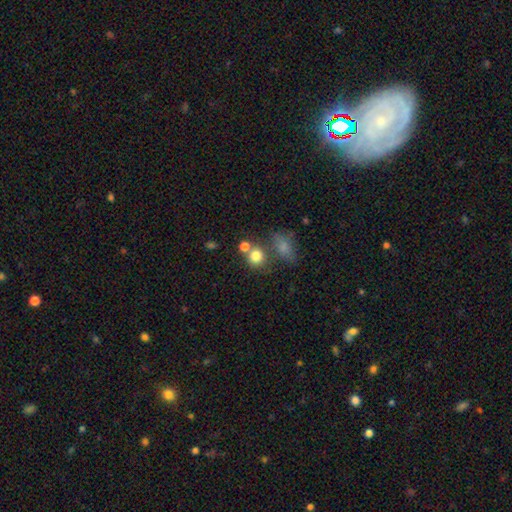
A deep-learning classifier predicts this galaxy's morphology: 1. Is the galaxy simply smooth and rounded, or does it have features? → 79% smooth, 12% star or artifact, 9% featured or disk.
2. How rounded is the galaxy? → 79% round, 20% in between, 1% cigar-shaped.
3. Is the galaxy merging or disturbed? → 57% none, 27% merger, 11% minor disturbance, 5% major disturbance.